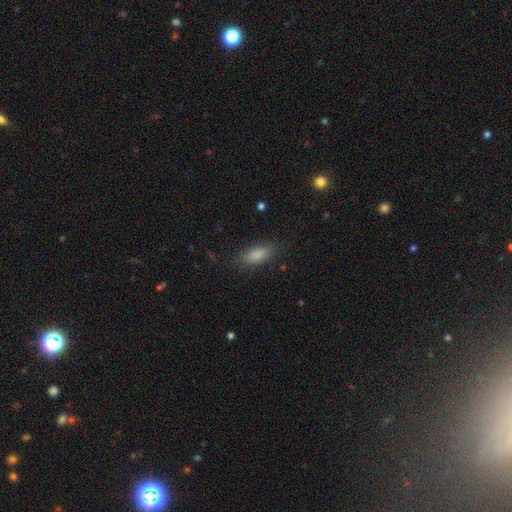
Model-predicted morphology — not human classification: smooth 81%, star or artifact 10%, featured or disk 9%. Down the decision tree: how rounded — in between (71%); merging — none (86%).